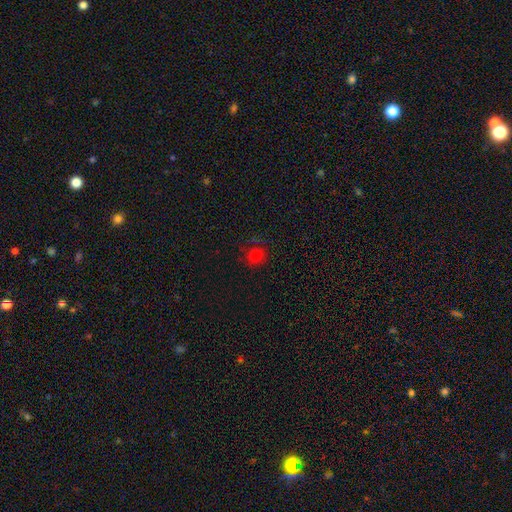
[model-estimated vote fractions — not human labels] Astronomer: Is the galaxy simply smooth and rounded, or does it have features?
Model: smooth — 73%.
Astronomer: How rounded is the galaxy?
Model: round — 84%.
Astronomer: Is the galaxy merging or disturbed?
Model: none — 75%.